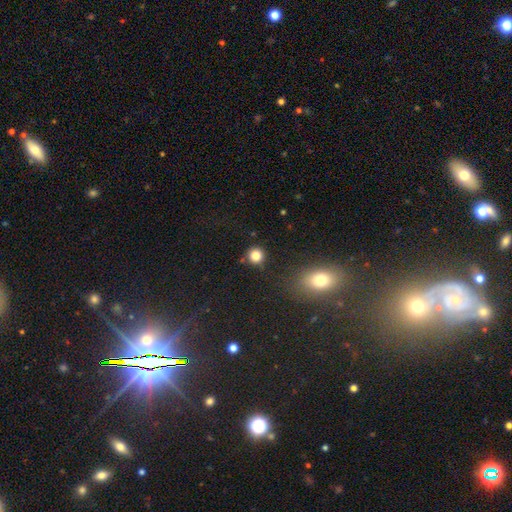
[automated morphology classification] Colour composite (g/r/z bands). It shows a smooth galaxy with no disk features (83%) that is round (92%). Merging: none (86%).